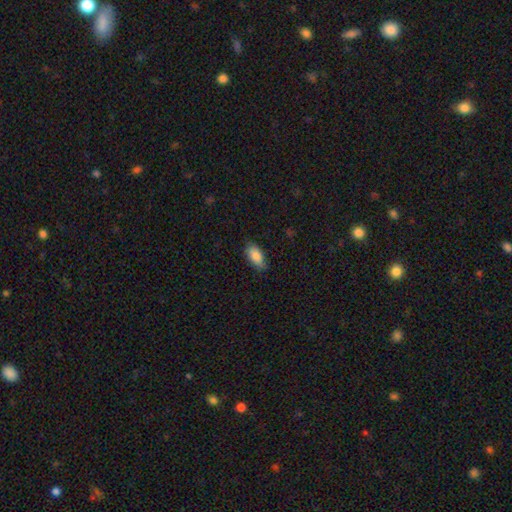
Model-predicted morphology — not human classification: This appears to be a smooth galaxy with no disk features (86%) that is in between round and cigar-shaped (90%). Merging: none (79%).